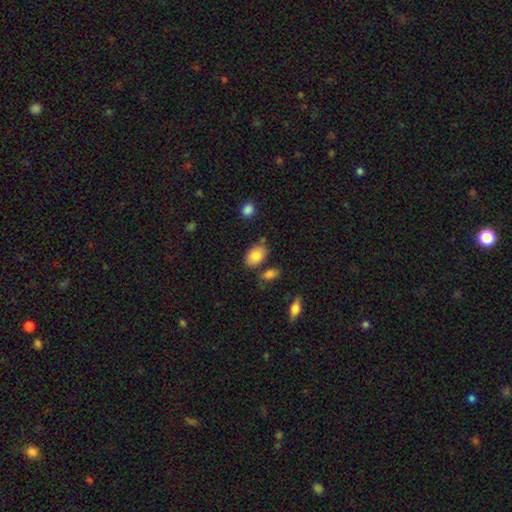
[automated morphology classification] A smooth galaxy with no disk features (83%) that is in between round and cigar-shaped (87%).

Vote fractions:
- Smooth or featured? smooth: 83% / featured or disk: 10% / star or artifact: 7%
- How rounded? in between: 87% / round: 11% / cigar-shaped: 1%
- Merging? none: 69% / minor disturbance: 16% / merger: 10% / major disturbance: 4%